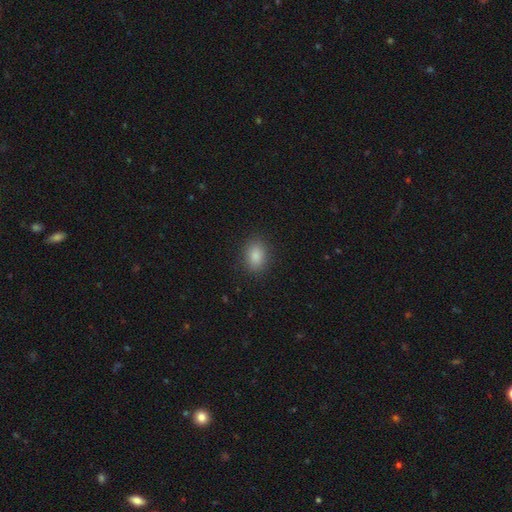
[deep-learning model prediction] This appears to be a smooth galaxy with no disk features (86%) that is in between round and cigar-shaped (68%). Merging: none (87%).